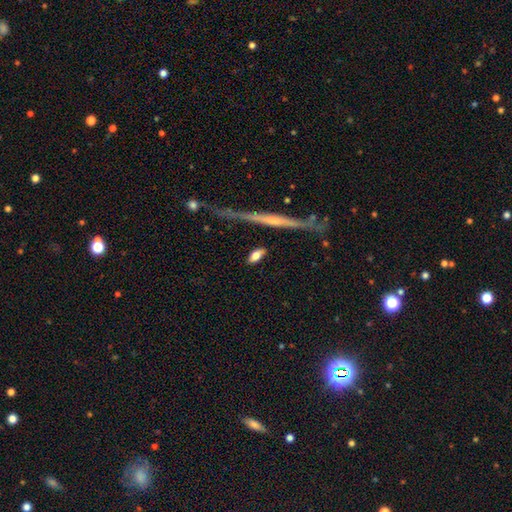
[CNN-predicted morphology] This is likely a smooth galaxy (74%). How rounded: clearly in between (83%). Merging: likely none (80%).